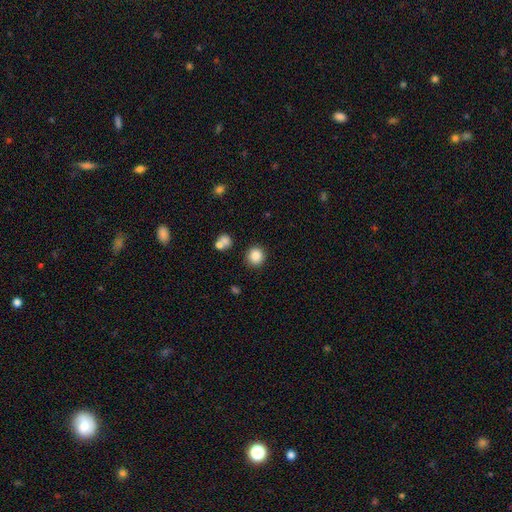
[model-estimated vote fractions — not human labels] Smooth or featured?
  - smooth: 86% *
  - star or artifact: 10%
  - featured or disk: 4%
How rounded?
  - round: 88% *
  - in between: 11%
  - cigar-shaped: 1%
Merging?
  - none: 85% *
  - minor disturbance: 8%
  - merger: 4%
  - major disturbance: 3%